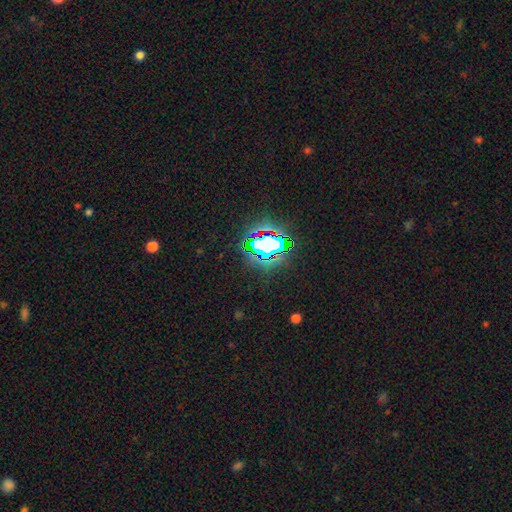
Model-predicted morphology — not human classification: The model was most divided on "smooth or featured": star or artifact: 83%, smooth: 10%, featured or disk: 7%.